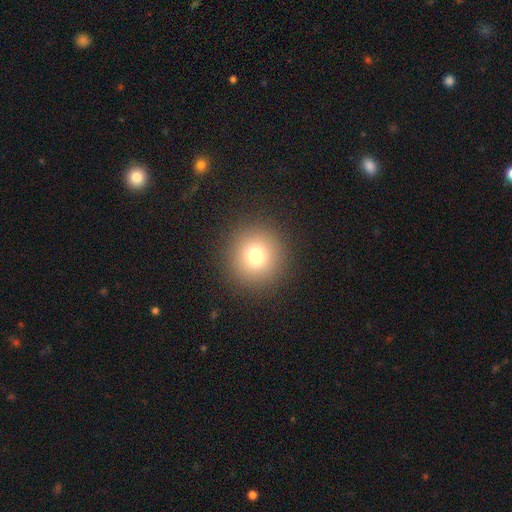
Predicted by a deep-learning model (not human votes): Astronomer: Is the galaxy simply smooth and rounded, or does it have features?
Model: smooth — 75%.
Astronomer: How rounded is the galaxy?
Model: round — 95%.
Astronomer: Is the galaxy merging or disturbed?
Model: none — 91%.